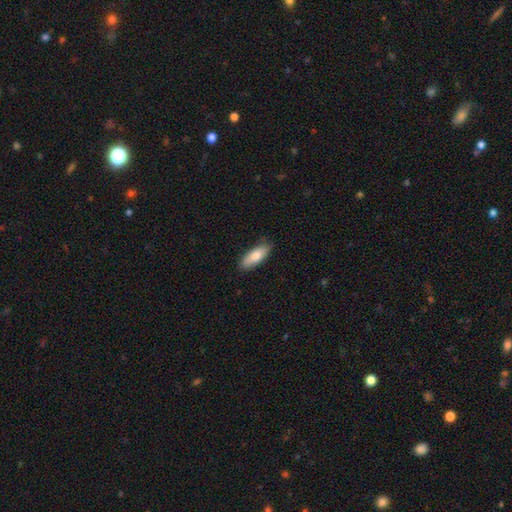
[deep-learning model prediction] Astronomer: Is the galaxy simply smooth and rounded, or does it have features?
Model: smooth — 79%.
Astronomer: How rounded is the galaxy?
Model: in between — 69%.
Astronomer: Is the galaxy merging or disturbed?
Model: none — 84%.